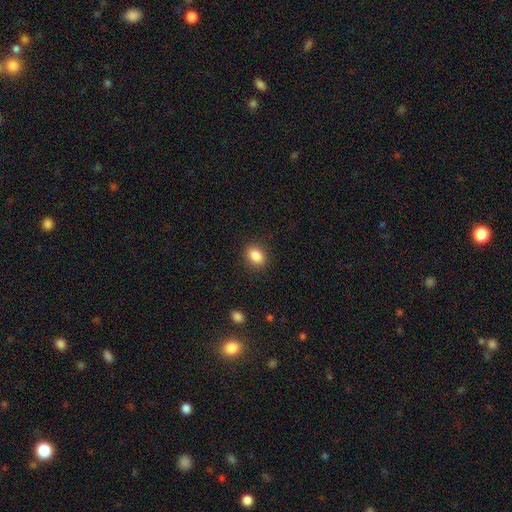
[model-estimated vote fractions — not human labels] Smooth or featured? Predicted: smooth (p=0.86). How rounded? Predicted: in between (p=0.67). Merging? Predicted: none (p=0.89).